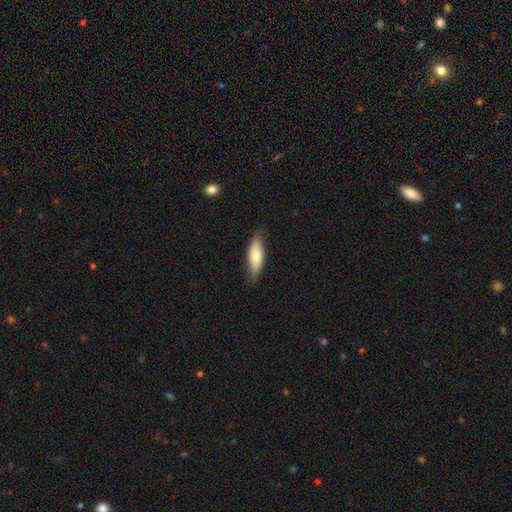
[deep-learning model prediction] Morphology: type=smooth (70%); roundness=in between (55%); merging=none (81%).